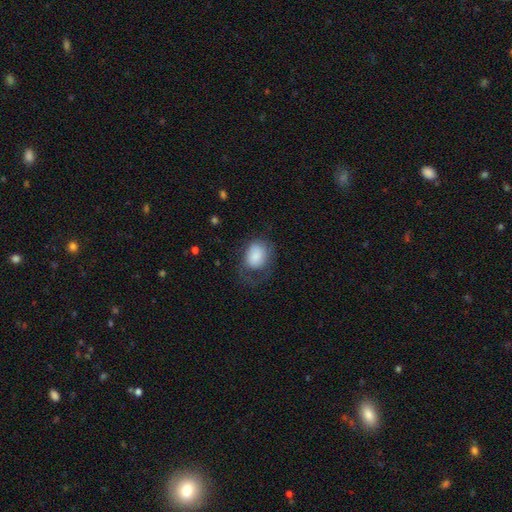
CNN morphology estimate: A smooth galaxy with no disk features (77%) that is in between round and cigar-shaped (62%).

Vote fractions:
- Smooth or featured? smooth: 77% / featured or disk: 16% / star or artifact: 7%
- How rounded? in between: 62% / round: 38% / cigar-shaped: 1%
- Merging? none: 37% / major disturbance: 35% / minor disturbance: 26% / merger: 2%